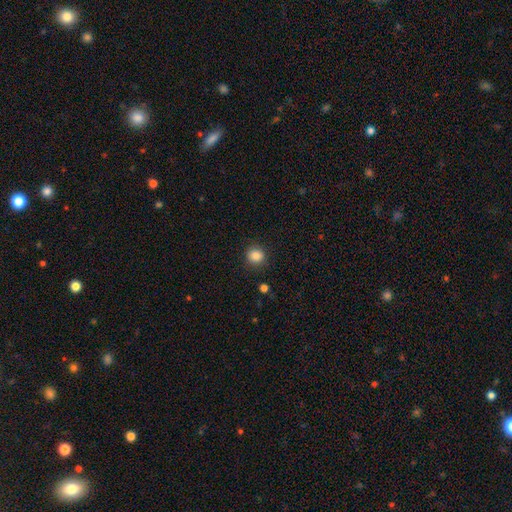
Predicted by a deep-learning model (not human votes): Q: Smooth or featured?
A: smooth (86%); runner-up: star or artifact (10%)
Q: How rounded?
A: round (86%); runner-up: in between (13%)
Q: Merging?
A: none (88%); runner-up: minor disturbance (8%)